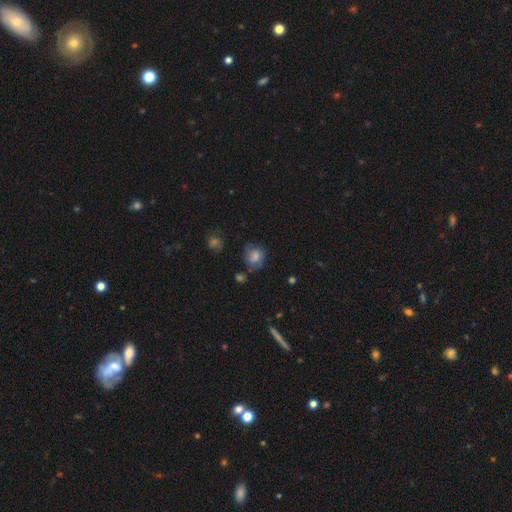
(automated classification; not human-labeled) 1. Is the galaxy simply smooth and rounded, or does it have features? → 71% smooth, 17% featured or disk, 12% star or artifact.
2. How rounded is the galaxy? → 69% round, 30% in between, 1% cigar-shaped.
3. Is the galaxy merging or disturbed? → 64% none, 23% minor disturbance, 9% major disturbance, 4% merger.